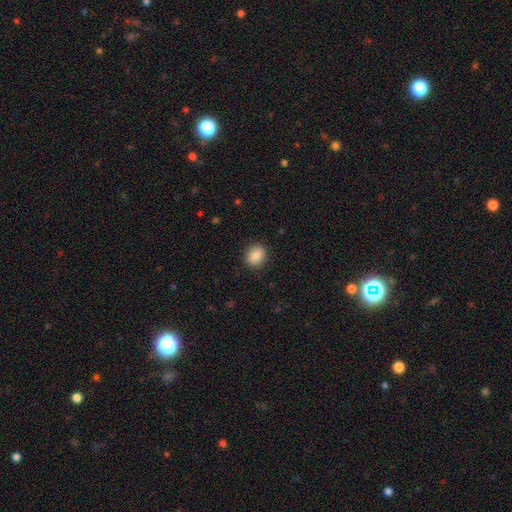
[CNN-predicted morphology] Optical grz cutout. It shows a smooth galaxy with no disk features (87%) that is round (62%). Merging: none (90%).